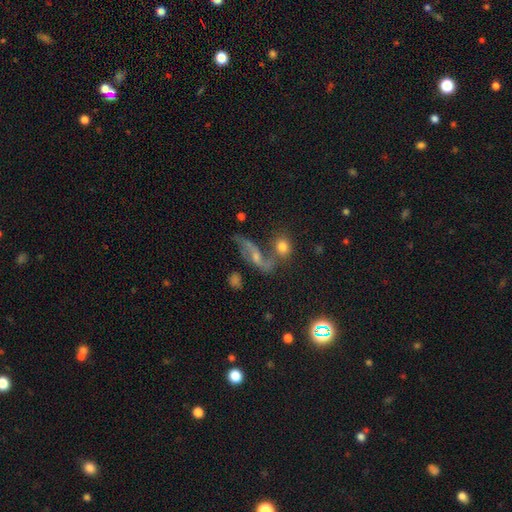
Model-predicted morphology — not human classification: Smooth or featured: featured or disk — 66% (smooth — 19%)
Edge-on disk: no — 88% (yes — 12%)
Bar: no — 48% (weak — 38%)
Spiral arms: yes — 85% (no — 15%)
Bulge size: small — 50% (moderate — 37%)
Merging: none — 41% (merger — 25%)